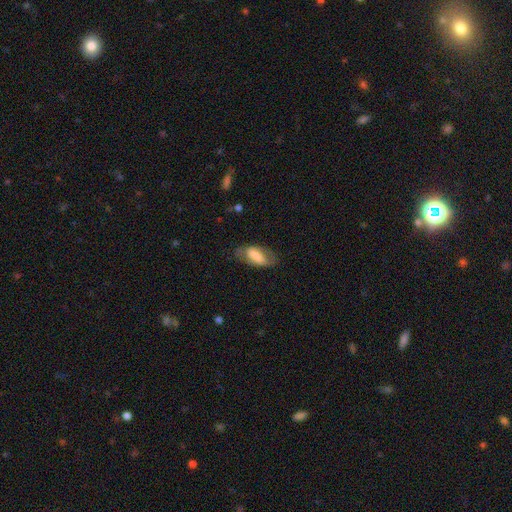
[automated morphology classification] smooth 62%, featured or disk 31%, star or artifact 7%. Down the decision tree: how rounded — in between (86%); merging — none (67%).